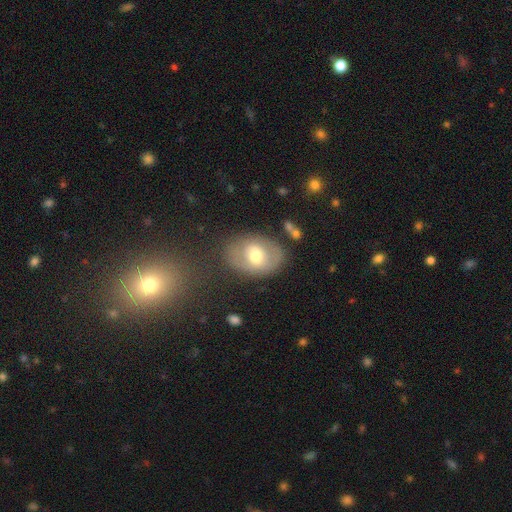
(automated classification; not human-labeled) smooth-or-featured: smooth: 48% | featured or disk: 44% | star or artifact: 8%
  merging: none: 71% | minor disturbance: 18% | major disturbance: 8% | merger: 4%